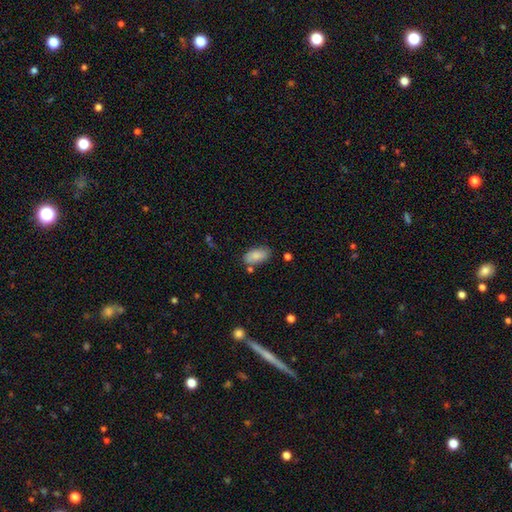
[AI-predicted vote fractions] smooth 85%, featured or disk 8%, star or artifact 7%. Down the decision tree: how rounded — in between (93%); merging — none (75%).